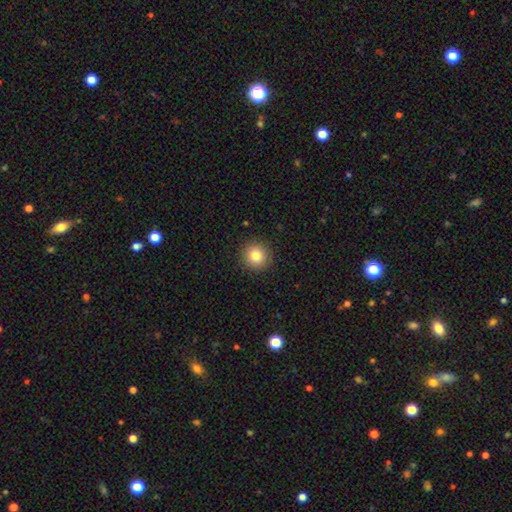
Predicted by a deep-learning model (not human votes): Q: Smooth or featured?
A: smooth (82%); runner-up: star or artifact (11%)
Q: How rounded?
A: round (95%); runner-up: in between (4%)
Q: Merging?
A: none (92%); runner-up: minor disturbance (5%)